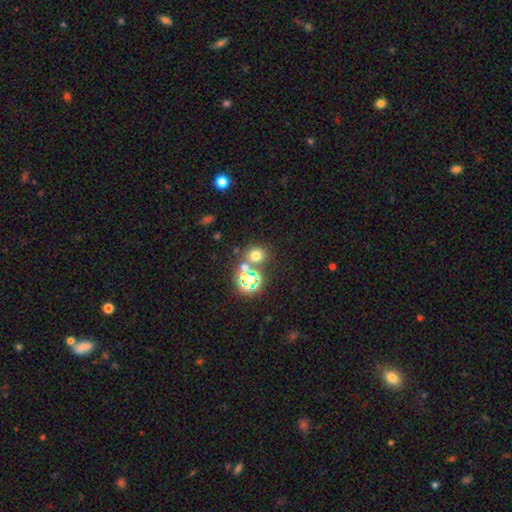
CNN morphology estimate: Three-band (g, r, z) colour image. It shows a smooth galaxy with no disk features (64%) that is round (76%). Merging: none (66%).